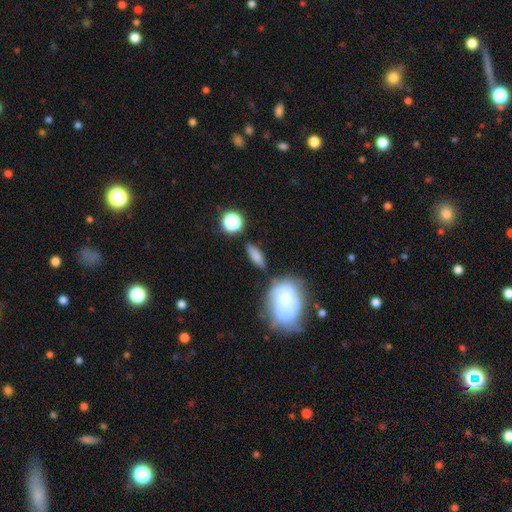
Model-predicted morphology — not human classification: Smooth or featured? Predicted: smooth (p=0.78). How rounded? Predicted: in between (p=0.59). Merging? Predicted: none (p=0.75).